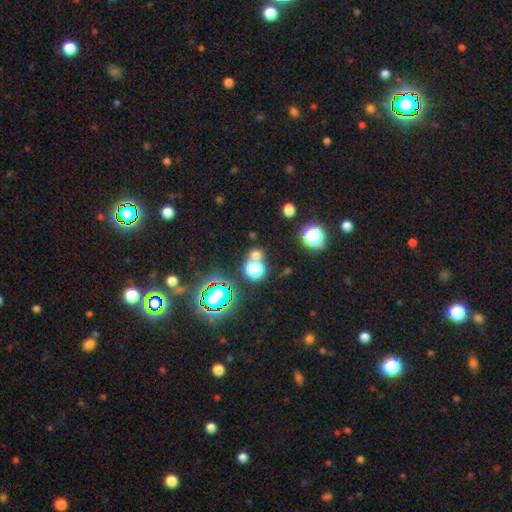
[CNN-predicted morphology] A smooth galaxy with no disk features (55%) that is round (84%). Merging: none (67%).